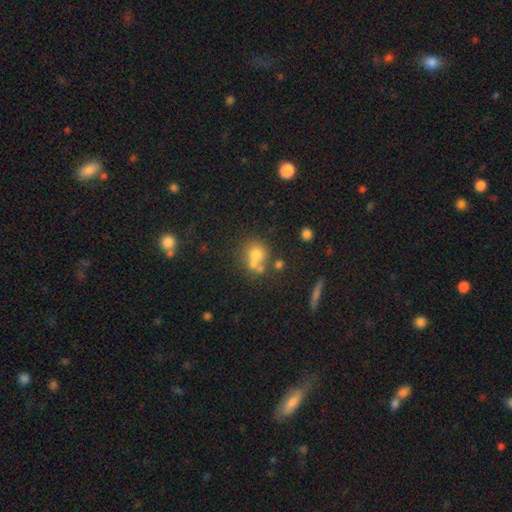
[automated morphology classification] Smooth or featured? Predicted: smooth (p=0.66). How rounded? Predicted: round (p=0.81). Merging? Predicted: none (p=0.45).